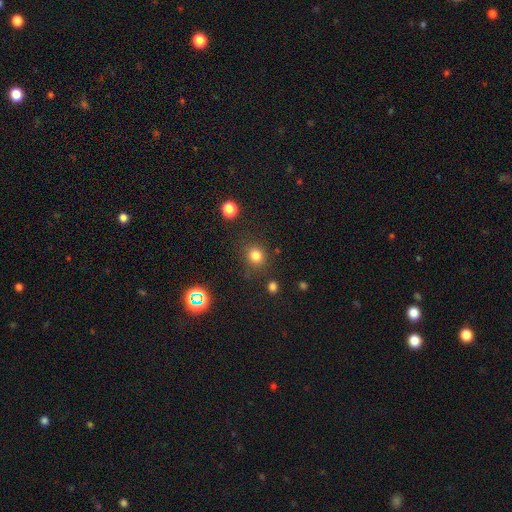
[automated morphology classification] This appears to be a smooth galaxy with no disk features (80%) that is round (82%). Merging: none (82%).